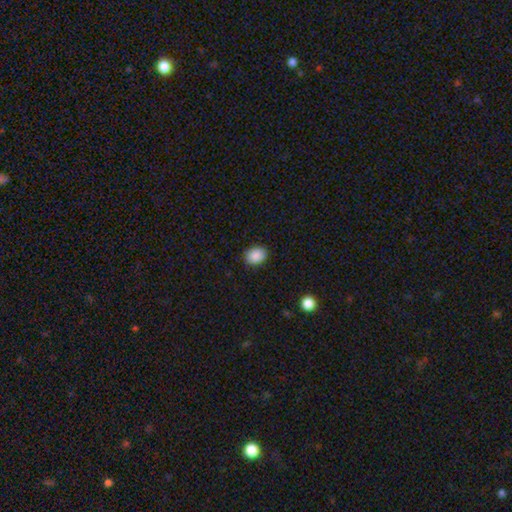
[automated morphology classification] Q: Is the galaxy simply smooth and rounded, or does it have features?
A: smooth — 88%.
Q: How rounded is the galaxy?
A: in between — 57%.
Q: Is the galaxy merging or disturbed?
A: none — 88%.